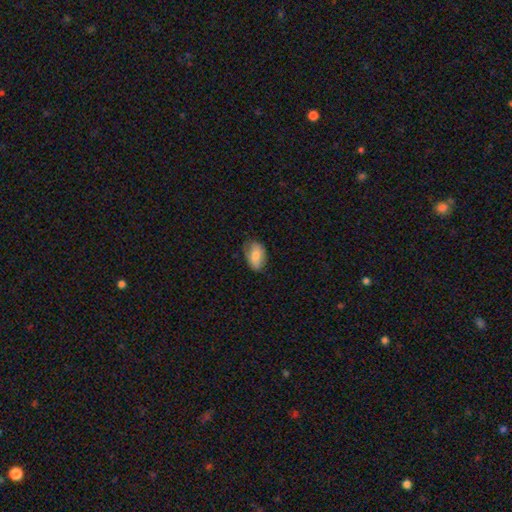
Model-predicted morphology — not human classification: Smooth or featured: smooth — 76% (featured or disk — 17%)
How rounded: in between — 90% (round — 8%)
Merging: none — 62% (minor disturbance — 29%)